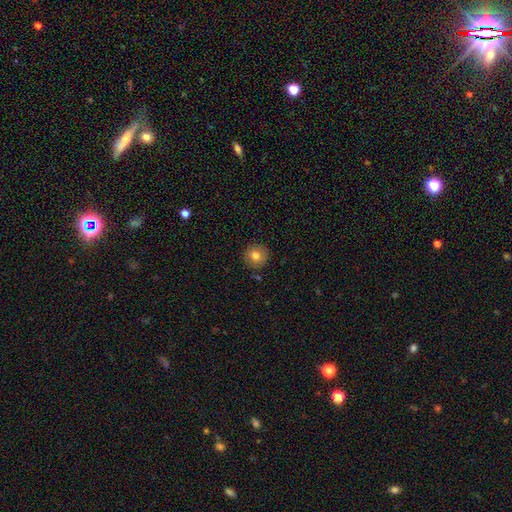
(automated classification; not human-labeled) Smooth or featured: smooth — 79% (featured or disk — 12%)
How rounded: round — 94% (in between — 5%)
Merging: none — 89% (minor disturbance — 8%)